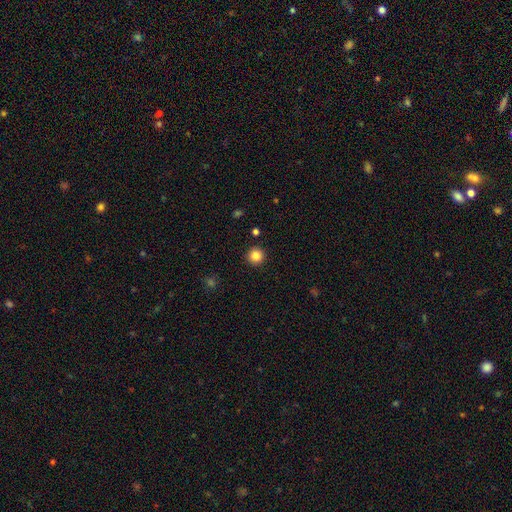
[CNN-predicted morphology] smooth-or-featured: smooth: 85% | star or artifact: 11% | featured or disk: 4%
  how-rounded: round: 96% | in between: 3% | cigar-shaped: 1%
  merging: none: 93% | minor disturbance: 4% | major disturbance: 2% | merger: 1%